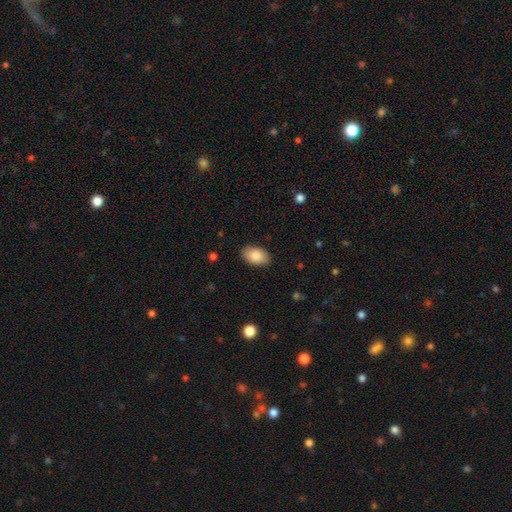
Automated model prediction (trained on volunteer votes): A smooth galaxy with no disk features (88%) that is in between round and cigar-shaped (91%).

Vote fractions:
- Smooth or featured? smooth: 88% / star or artifact: 6% / featured or disk: 6%
- How rounded? in between: 91% / round: 8% / cigar-shaped: 1%
- Merging? none: 87% / minor disturbance: 10% / major disturbance: 2% / merger: 1%